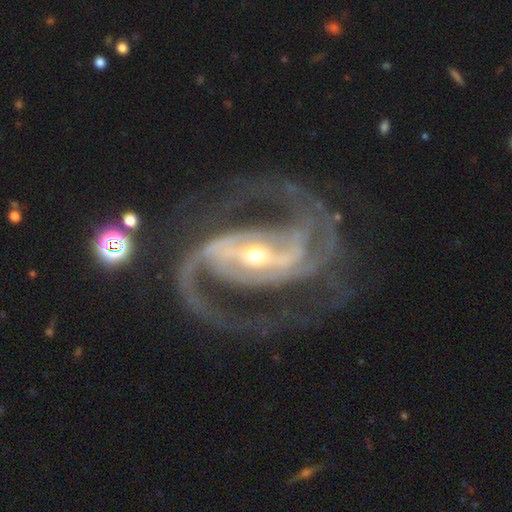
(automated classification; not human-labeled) Q: Smooth or featured?
A: featured or disk (93%); runner-up: star or artifact (5%)
Q: Edge-on disk?
A: no (97%); runner-up: yes (3%)
Q: Bar?
A: strong (64%); runner-up: weak (26%)
Q: Spiral arms?
A: yes (98%); runner-up: no (2%)
Q: Spiral winding?
A: medium (62%); runner-up: tight (20%)
Q: Spiral arm count?
A: 2 (83%); runner-up: 3 (7%)
Q: Bulge size?
A: small (58%); runner-up: moderate (38%)
Q: Merging?
A: none (70%); runner-up: minor disturbance (14%)